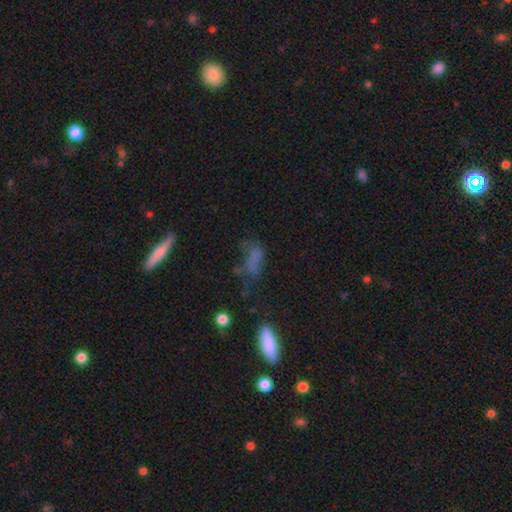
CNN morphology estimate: This is possibly a smooth galaxy (59%). How rounded: possibly in between (59%). Merging: marginally none (45%).